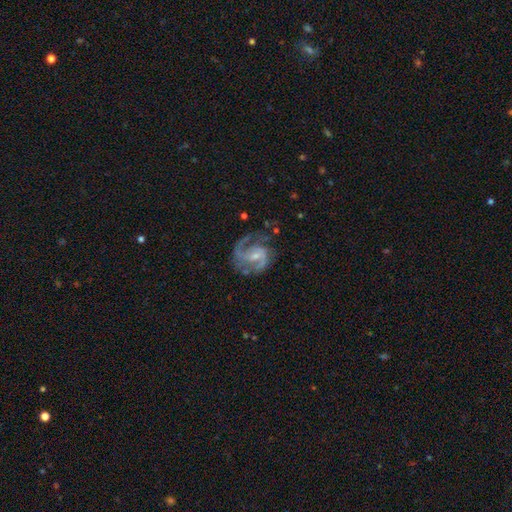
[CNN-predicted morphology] The model was most divided on "bar": weak: 50%, no: 37%, strong: 13%. More confident: edge-on disk — no (98%); spiral arms — yes (97%); smooth or featured — featured or disk (89%); spiral arm count — 2 (73%); merging — none (62%); bulge size — small (61%); spiral winding — medium (56%).